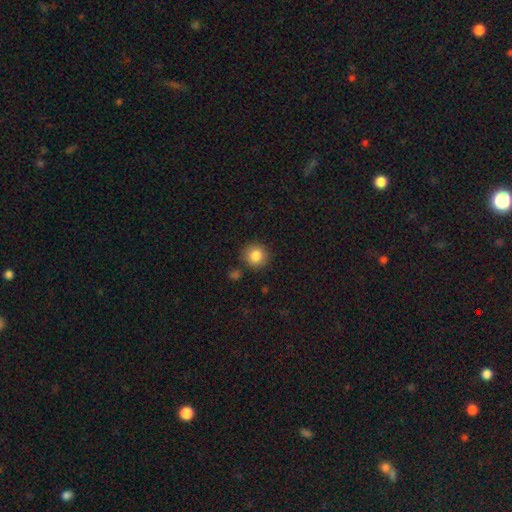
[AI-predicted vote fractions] smooth 85%, star or artifact 10%, featured or disk 6%. Down the decision tree: how rounded — round (92%); merging — none (86%).